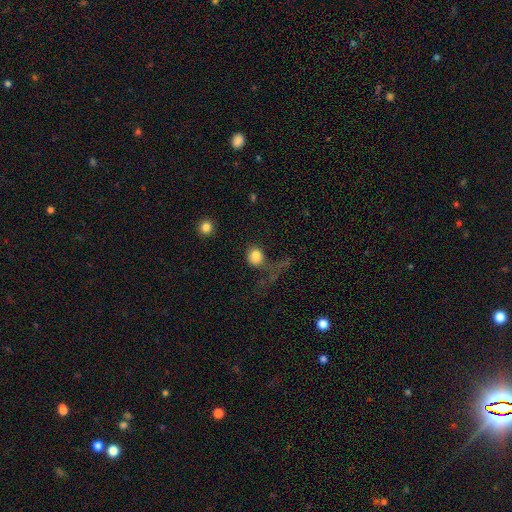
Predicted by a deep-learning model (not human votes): Smooth or featured? Predicted: smooth (p=0.81). How rounded? Predicted: round (p=0.75). Merging? Predicted: none (p=0.44).